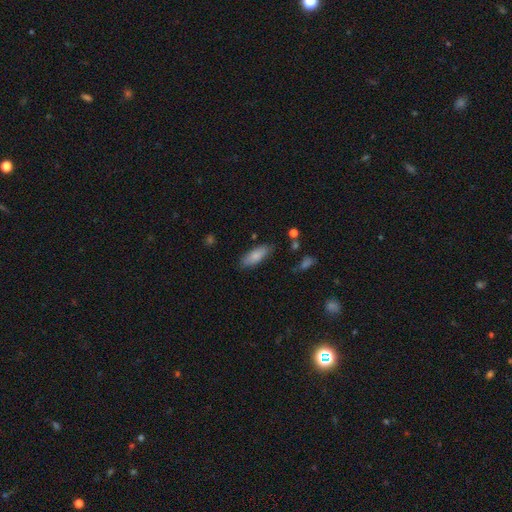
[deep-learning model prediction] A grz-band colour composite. It shows a smooth galaxy with no disk features (83%) that is in between round and cigar-shaped (71%). Merging: none (82%).